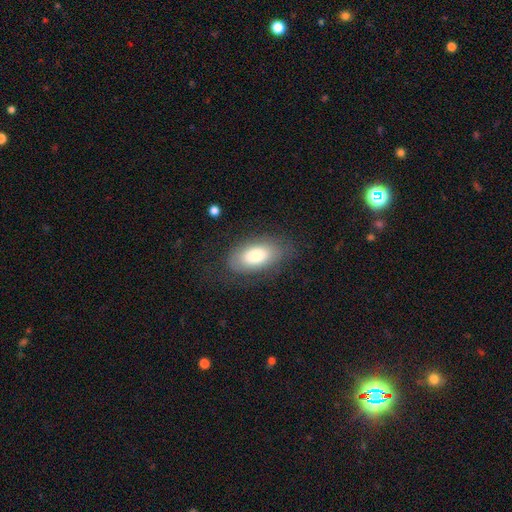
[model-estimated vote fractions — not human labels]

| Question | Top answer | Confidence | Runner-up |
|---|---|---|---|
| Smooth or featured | smooth | 74% | featured or disk (19%) |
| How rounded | in between | 93% | round (5%) |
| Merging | none | 74% | minor disturbance (16%) |